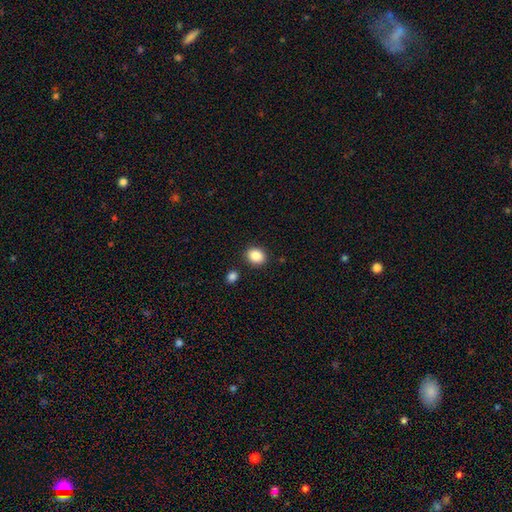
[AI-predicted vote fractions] The model was most divided on "how rounded": round: 57%, in between: 42%, cigar-shaped: 1%. More confident: smooth or featured — smooth (87%); merging — none (86%).